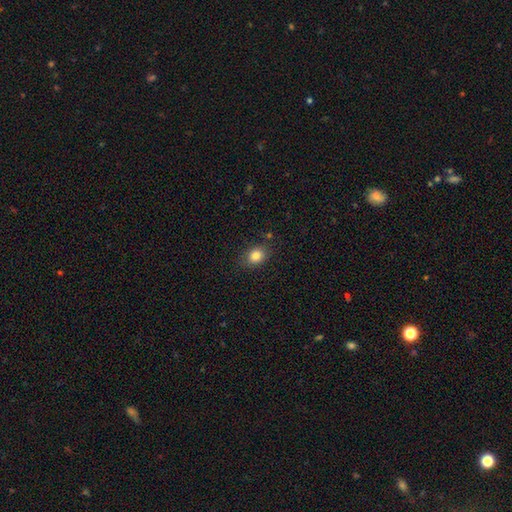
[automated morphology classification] Smooth or featured: smooth — 83% (star or artifact — 10%)
How rounded: in between — 58% (round — 41%)
Merging: none — 82% (minor disturbance — 12%)